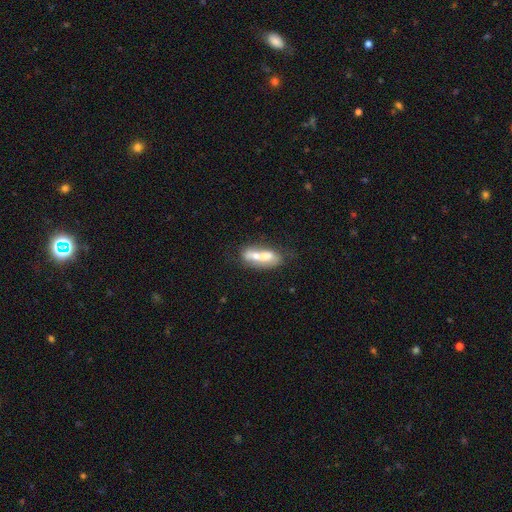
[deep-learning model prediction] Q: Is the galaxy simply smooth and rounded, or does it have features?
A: smooth — 49%.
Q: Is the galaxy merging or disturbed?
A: merger — 55%.